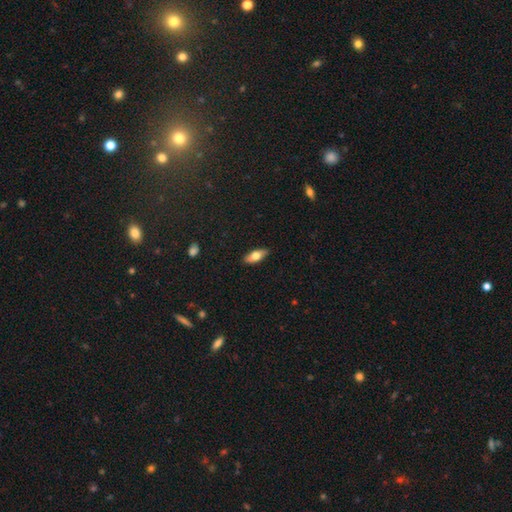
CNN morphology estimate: Q: Smooth or featured?
A: smooth (64%); runner-up: featured or disk (30%)
Q: How rounded?
A: in between (74%); runner-up: cigar-shaped (23%)
Q: Merging?
A: none (88%); runner-up: minor disturbance (9%)